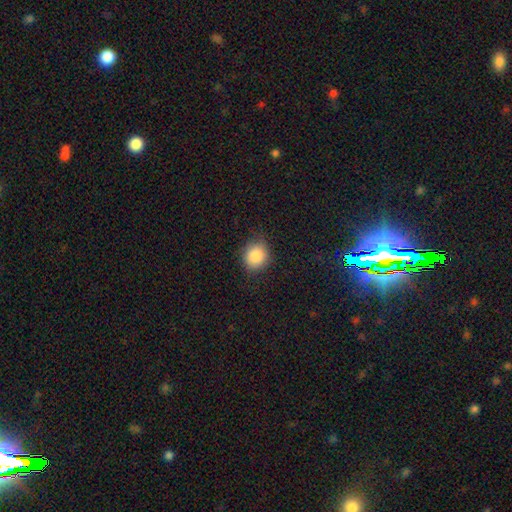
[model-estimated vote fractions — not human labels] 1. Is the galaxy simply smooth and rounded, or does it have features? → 87% smooth, 9% star or artifact, 5% featured or disk.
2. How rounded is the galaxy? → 79% round, 20% in between, 1% cigar-shaped.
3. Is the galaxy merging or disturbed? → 80% none, 15% minor disturbance, 3% major disturbance, 1% merger.